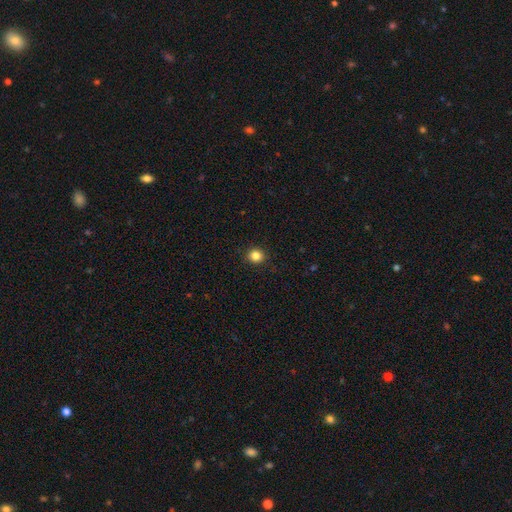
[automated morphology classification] The model was most divided on "smooth or featured": smooth: 84%, star or artifact: 12%, featured or disk: 4%. More confident: merging — none (92%); how rounded — round (91%).